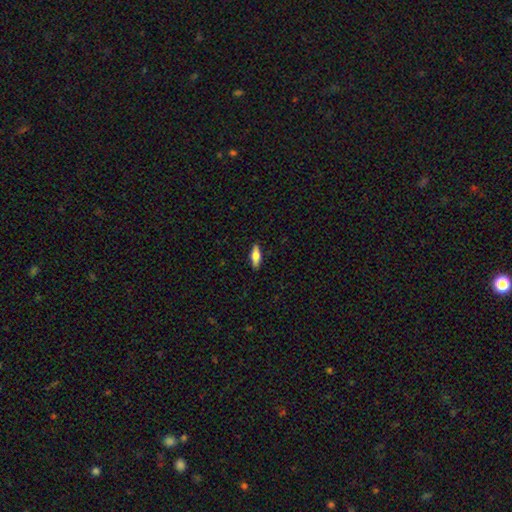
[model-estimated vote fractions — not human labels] This appears to be a smooth galaxy with no disk features (64%) that is in between round and cigar-shaped (58%). Merging: none (89%).